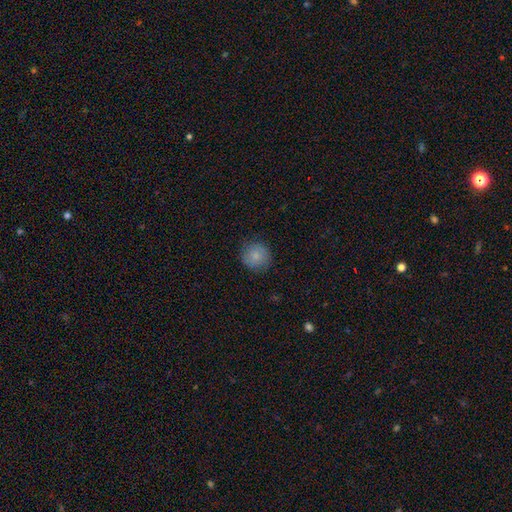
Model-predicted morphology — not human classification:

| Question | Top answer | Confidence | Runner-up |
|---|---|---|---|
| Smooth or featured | smooth | 84% | featured or disk (8%) |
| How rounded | round | 93% | in between (6%) |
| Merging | none | 85% | minor disturbance (11%) |